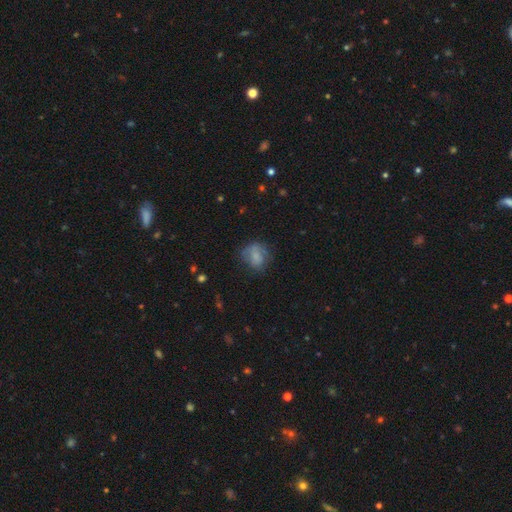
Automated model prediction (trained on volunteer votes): Overall: smooth (67%). How rounded: round (59%; in between 40%). Merging: none (53%; minor disturbance 27%).